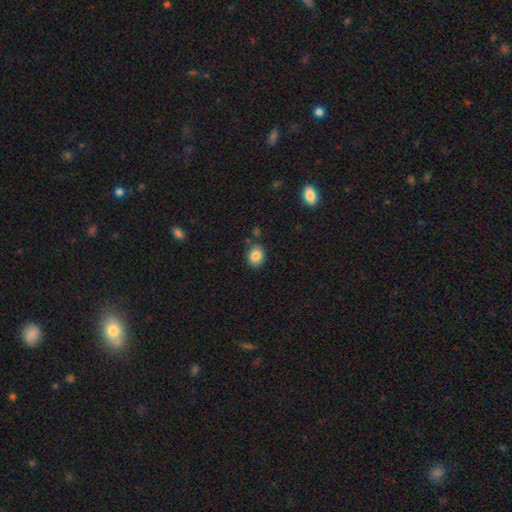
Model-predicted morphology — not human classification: The model was most divided on "how rounded": round: 52%, in between: 47%, cigar-shaped: 1%. More confident: smooth or featured — smooth (85%); merging — none (81%).